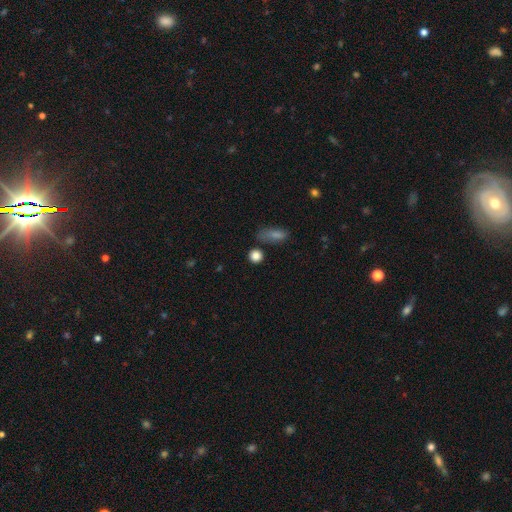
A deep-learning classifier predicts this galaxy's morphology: This is clearly a smooth galaxy (83%). How rounded: clearly round (82%). Merging: likely none (76%).